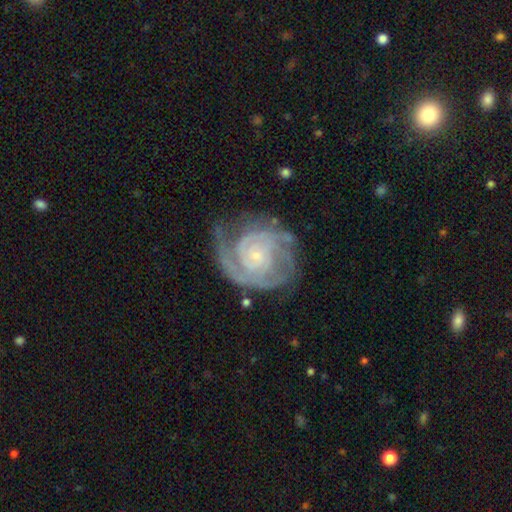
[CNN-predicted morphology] Overall: featured or disk (89%). Edge-on disk: no (98%). Bar: no (73%). Spiral arms: yes (97%). Spiral arm count: 2 (40%; 3 22%). Spiral winding: tight (71%). Bulge size: small (79%). Merging: none (66%).